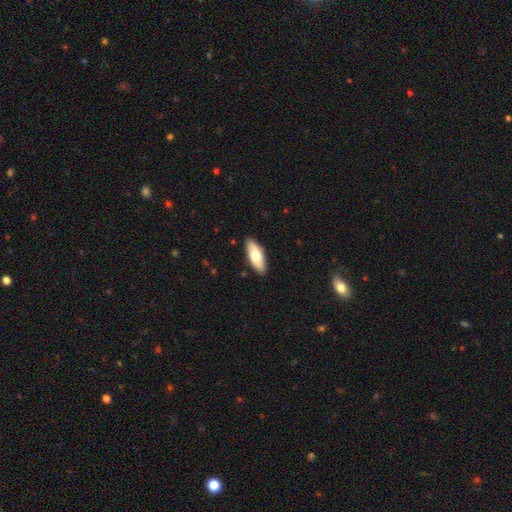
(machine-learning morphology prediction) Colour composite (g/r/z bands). It shows a smooth galaxy with no disk features (68%) that is in between round and cigar-shaped (78%). Merging: none (89%).